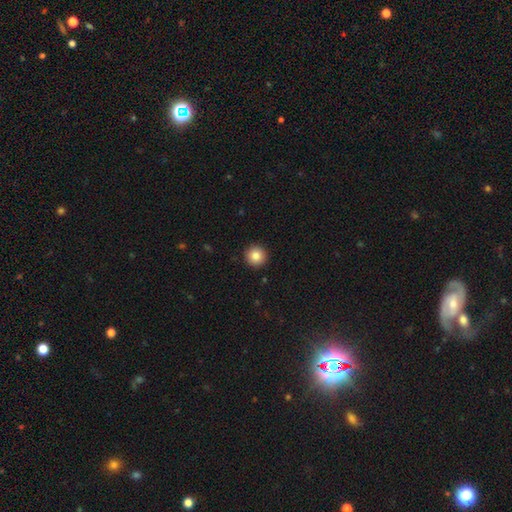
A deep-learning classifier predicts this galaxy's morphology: This is clearly a smooth galaxy (84%). How rounded: clearly round (96%). Merging: clearly none (93%).